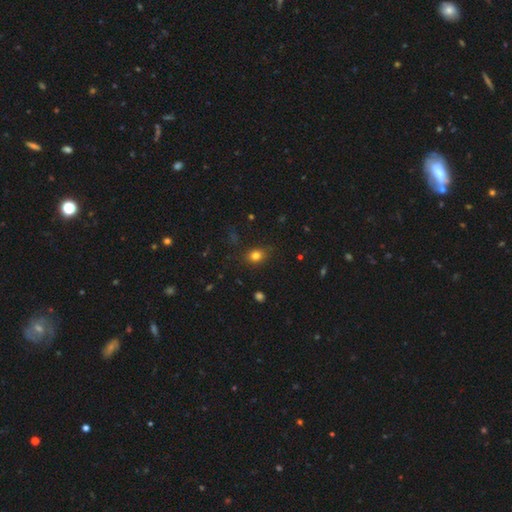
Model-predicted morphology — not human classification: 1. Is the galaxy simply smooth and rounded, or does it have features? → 79% smooth, 14% star or artifact, 7% featured or disk.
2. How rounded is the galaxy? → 53% round, 45% in between, 1% cigar-shaped.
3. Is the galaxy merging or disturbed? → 83% none, 13% minor disturbance, 3% major disturbance, 1% merger.